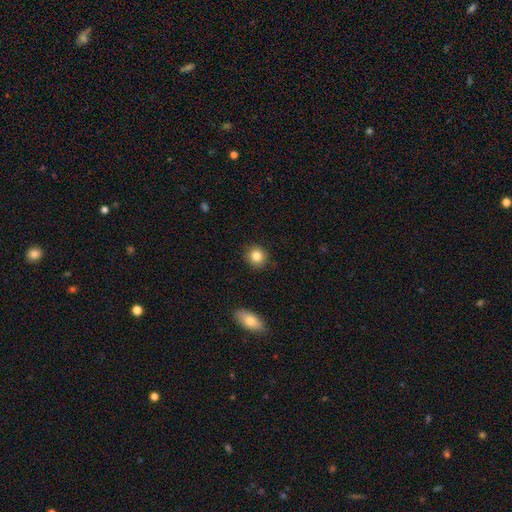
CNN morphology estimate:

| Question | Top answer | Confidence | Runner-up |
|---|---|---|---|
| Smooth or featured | smooth | 84% | star or artifact (10%) |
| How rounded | round | 88% | in between (11%) |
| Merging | none | 89% | minor disturbance (8%) |